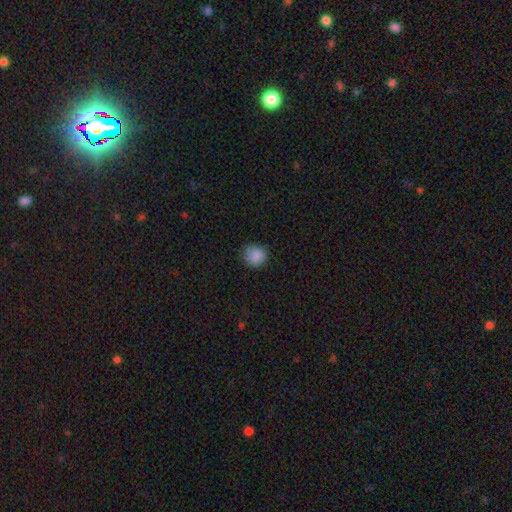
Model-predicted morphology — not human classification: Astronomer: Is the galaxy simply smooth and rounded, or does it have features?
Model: smooth — 87%.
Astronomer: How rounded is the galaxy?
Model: round — 85%.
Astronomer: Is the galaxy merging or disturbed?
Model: none — 82%.